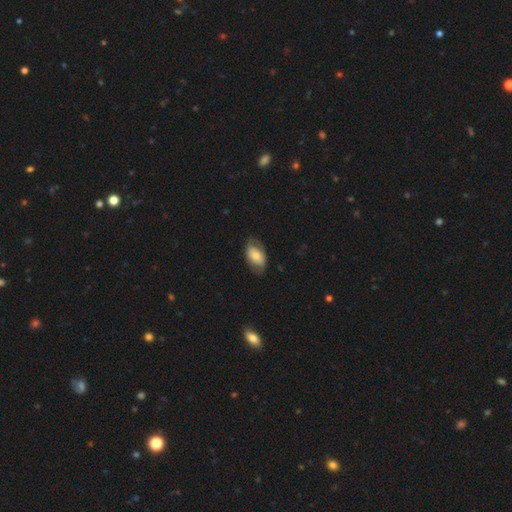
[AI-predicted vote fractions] smooth-or-featured: smooth: 58% | featured or disk: 36% | star or artifact: 6%
  how-rounded: in between: 89% | round: 9% | cigar-shaped: 2%
  merging: none: 68% | minor disturbance: 22% | major disturbance: 10% | merger: 1%